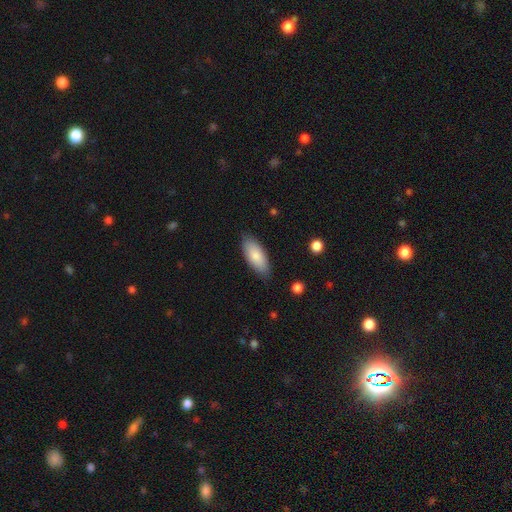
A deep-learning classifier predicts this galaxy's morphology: smooth_or_featured: smooth (p=0.83) [alt: featured or disk p=0.12]
how_rounded: in between (p=0.82) [alt: cigar-shaped p=0.16]
merging: none (p=0.83) [alt: minor disturbance p=0.13]